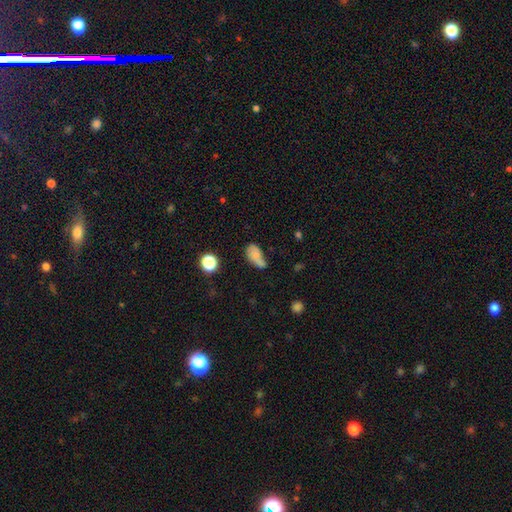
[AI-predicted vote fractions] Smooth or featured?
  - smooth: 69% *
  - featured or disk: 19%
  - star or artifact: 12%
How rounded?
  - in between: 87% *
  - round: 10%
  - cigar-shaped: 4%
Merging?
  - none: 33% *
  - minor disturbance: 31%
  - merger: 18%
  - major disturbance: 18%